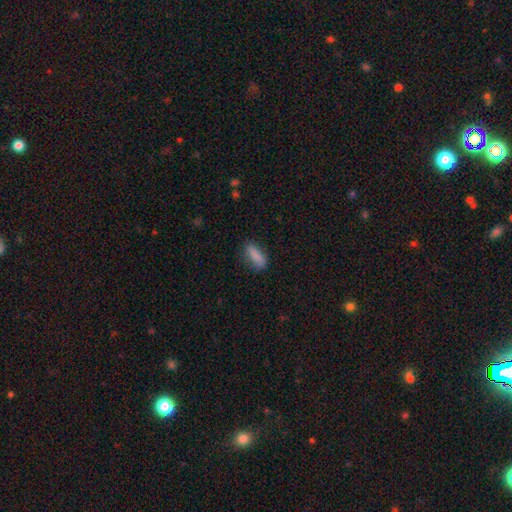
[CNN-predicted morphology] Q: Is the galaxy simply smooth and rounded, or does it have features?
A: smooth — 83%.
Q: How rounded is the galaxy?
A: in between — 67%.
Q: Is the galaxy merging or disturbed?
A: none — 69%.